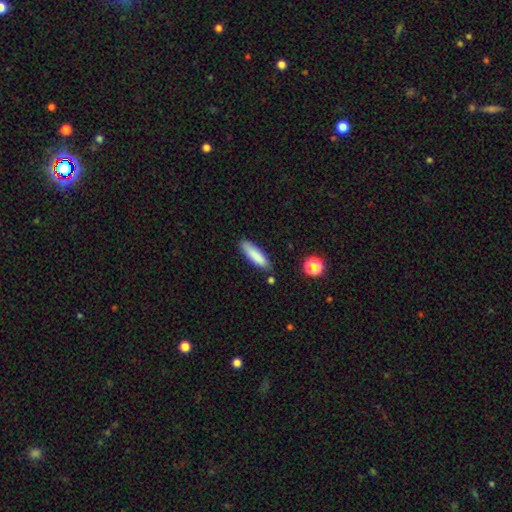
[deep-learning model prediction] smooth_or_featured: smooth (p=0.84) [alt: featured or disk p=0.09]
how_rounded: cigar-shaped (p=0.66) [alt: in between p=0.33]
merging: none (p=0.80) [alt: minor disturbance p=0.14]